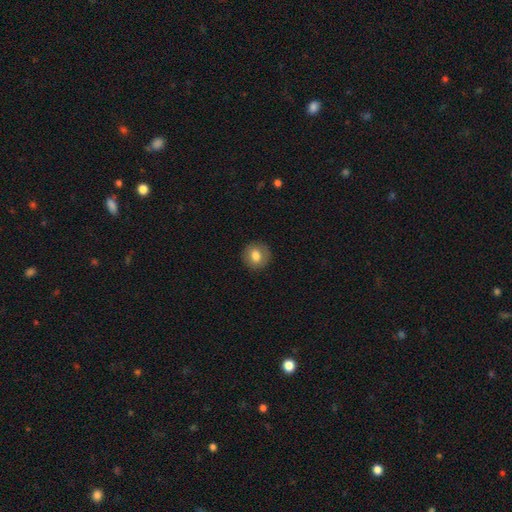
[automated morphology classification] Smooth or featured? Predicted: smooth (p=0.79). How rounded? Predicted: round (p=0.87). Merging? Predicted: none (p=0.90).